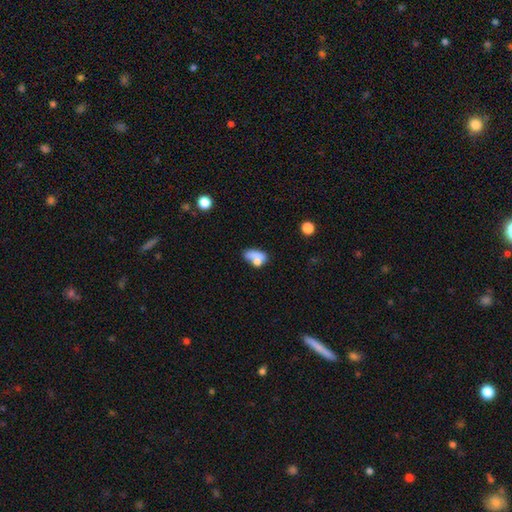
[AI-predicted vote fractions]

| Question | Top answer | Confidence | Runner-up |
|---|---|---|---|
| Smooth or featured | smooth | 70% | featured or disk (20%) |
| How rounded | in between | 82% | round (13%) |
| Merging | merger | 35% | none (30%) |